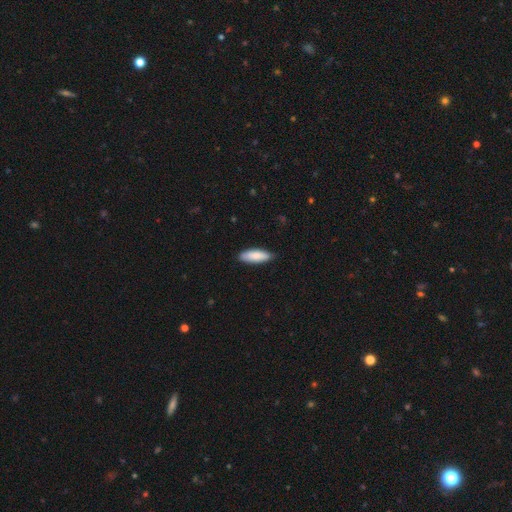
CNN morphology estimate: smooth-or-featured: smooth: 85% | featured or disk: 10% | star or artifact: 5%
  how-rounded: in between: 62% | cigar-shaped: 37% | round: 2%
  merging: none: 85% | minor disturbance: 12% | major disturbance: 2% | merger: 1%